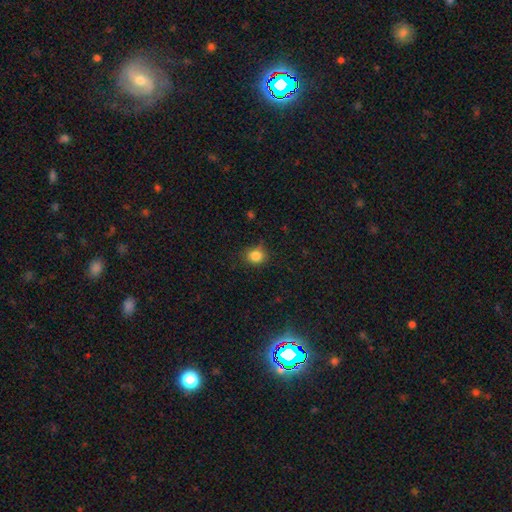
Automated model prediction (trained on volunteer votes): Morphology: type=smooth (84%); roundness=round (71%); merging=none (78%).